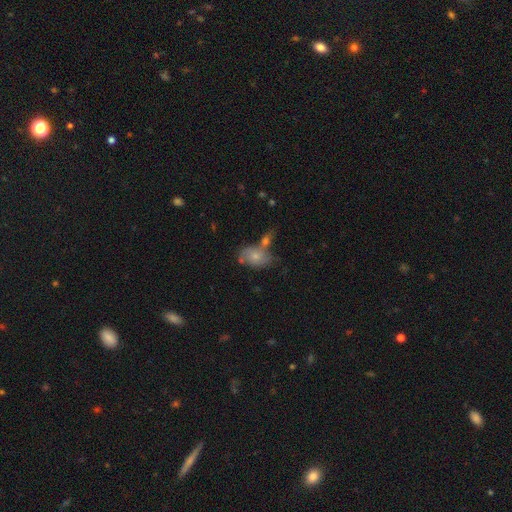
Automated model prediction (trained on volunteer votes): Smooth or featured? Predicted: smooth (p=0.67). How rounded? Predicted: in between (p=0.79). Merging? Predicted: none (p=0.38).